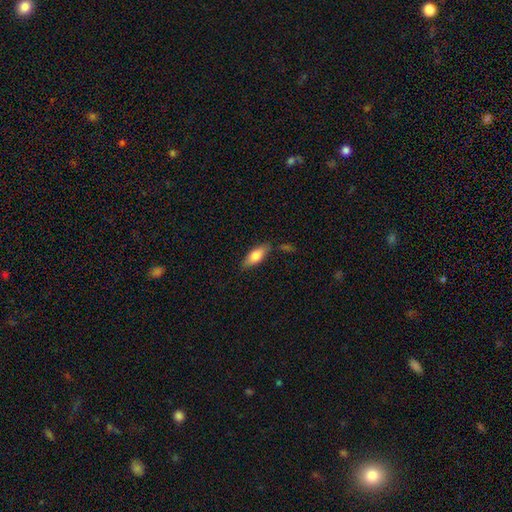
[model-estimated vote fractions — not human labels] Smooth or featured: smooth — 75% (featured or disk — 19%)
How rounded: in between — 76% (cigar-shaped — 22%)
Merging: none — 73% (minor disturbance — 17%)